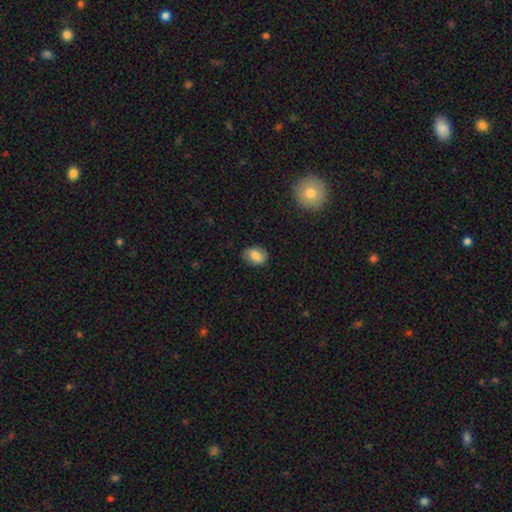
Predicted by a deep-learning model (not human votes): smooth 81%, featured or disk 11%, star or artifact 8%. Down the decision tree: how rounded — in between (74%); merging — none (79%).